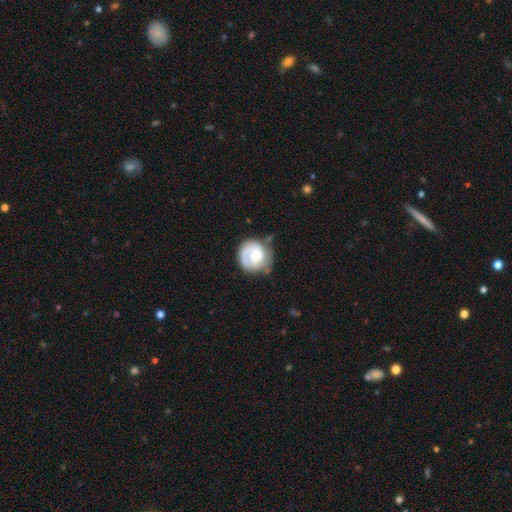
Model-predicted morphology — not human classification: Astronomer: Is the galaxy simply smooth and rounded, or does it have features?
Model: featured or disk — 69%.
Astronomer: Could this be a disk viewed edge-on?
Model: no — 98%.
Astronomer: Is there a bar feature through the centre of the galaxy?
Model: no — 59% (runner-up: weak, 35%).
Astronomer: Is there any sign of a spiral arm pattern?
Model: yes — 90%.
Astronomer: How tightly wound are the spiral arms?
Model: tight — 56%.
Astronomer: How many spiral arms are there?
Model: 1 — 51% (runner-up: 2, 32%).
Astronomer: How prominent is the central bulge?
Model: moderate — 48% (runner-up: small, 31%).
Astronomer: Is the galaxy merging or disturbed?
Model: none — 66%.